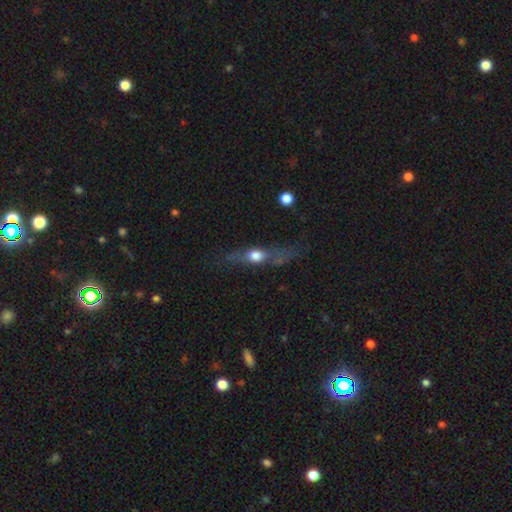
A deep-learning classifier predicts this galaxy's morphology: A featured or disk galaxy (51%) viewed edge-on (80%). Merging: none (62%).